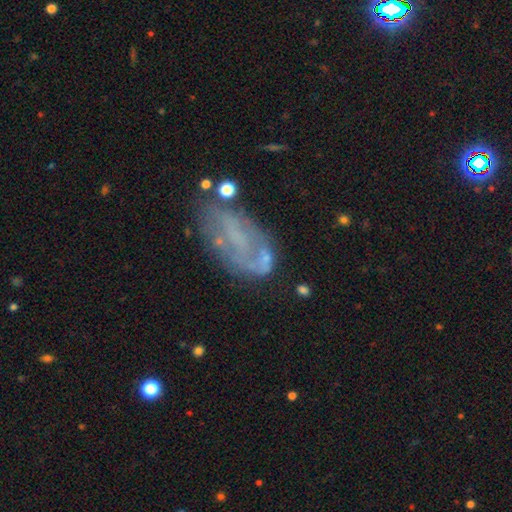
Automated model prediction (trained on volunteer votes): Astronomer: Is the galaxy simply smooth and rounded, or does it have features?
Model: featured or disk — 59%.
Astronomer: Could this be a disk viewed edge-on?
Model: no — 94%.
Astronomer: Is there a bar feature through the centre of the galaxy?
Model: no — 61%.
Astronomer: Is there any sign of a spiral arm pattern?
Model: no — 59% (runner-up: yes, 41%).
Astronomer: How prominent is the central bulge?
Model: none — 65%.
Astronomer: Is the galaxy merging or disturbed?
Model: none — 49% (runner-up: minor disturbance, 24%).